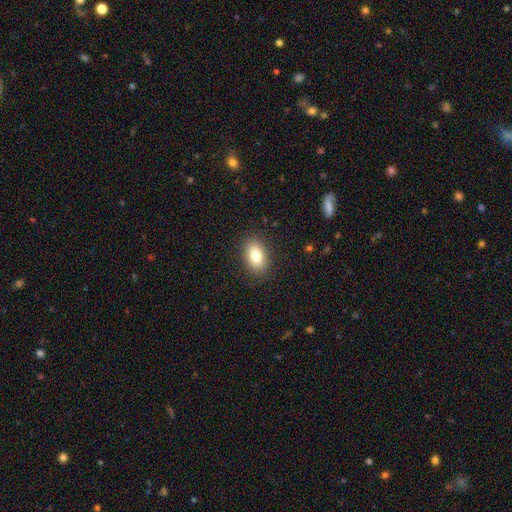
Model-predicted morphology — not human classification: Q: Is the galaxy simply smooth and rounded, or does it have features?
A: smooth — 81%.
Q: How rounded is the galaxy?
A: in between — 86%.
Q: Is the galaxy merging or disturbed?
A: none — 88%.